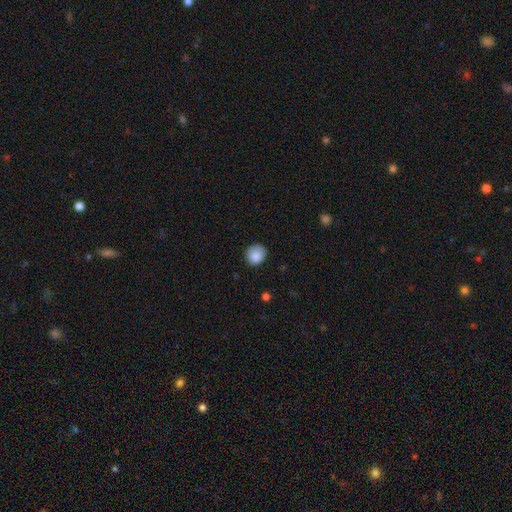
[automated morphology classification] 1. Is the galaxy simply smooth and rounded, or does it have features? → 86% smooth, 9% star or artifact, 5% featured or disk.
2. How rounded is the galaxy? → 85% round, 14% in between, 1% cigar-shaped.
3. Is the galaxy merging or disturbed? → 81% none, 15% minor disturbance, 3% major disturbance, 1% merger.